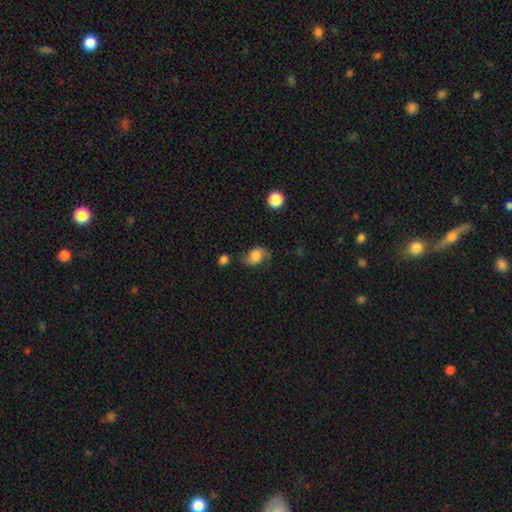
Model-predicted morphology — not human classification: Smooth or featured: smooth — 59% (featured or disk — 31%)
How rounded: in between — 70% (round — 28%)
Merging: none — 55% (minor disturbance — 28%)